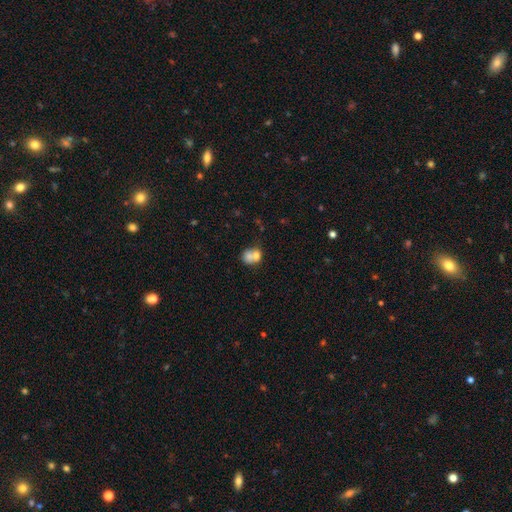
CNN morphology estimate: Smooth or featured?
  - smooth: 70% *
  - featured or disk: 21%
  - star or artifact: 9%
How rounded?
  - round: 57% *
  - in between: 42%
  - cigar-shaped: 1%
Merging?
  - merger: 60% *
  - none: 25%
  - minor disturbance: 9%
  - major disturbance: 5%